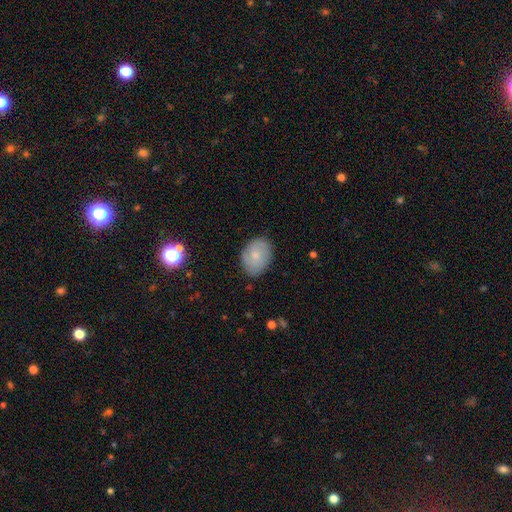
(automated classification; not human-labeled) This appears to be a smooth galaxy with no disk features (70%) that is in between round and cigar-shaped (68%). Merging: none (81%).